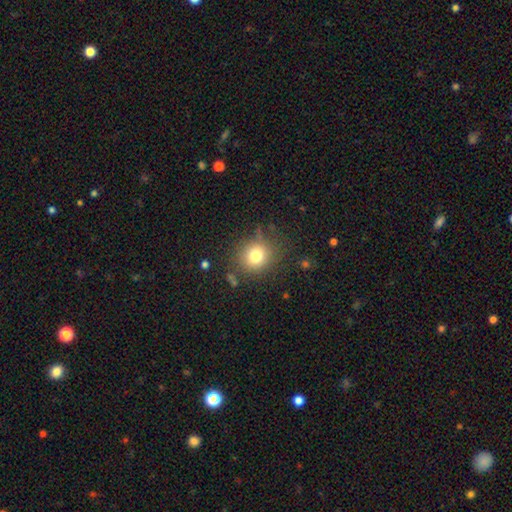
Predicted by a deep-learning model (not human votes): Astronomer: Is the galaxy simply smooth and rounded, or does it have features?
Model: smooth — 77%.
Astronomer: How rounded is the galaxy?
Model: round — 84%.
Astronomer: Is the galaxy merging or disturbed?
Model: none — 79%.